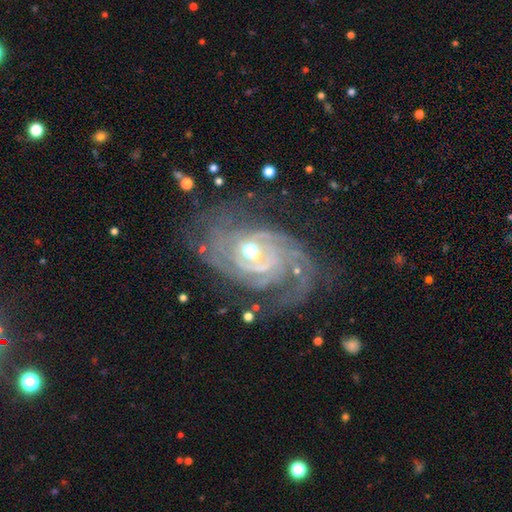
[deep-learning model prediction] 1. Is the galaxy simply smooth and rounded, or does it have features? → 91% featured or disk, 6% star or artifact, 4% smooth.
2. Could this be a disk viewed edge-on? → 97% no, 3% yes.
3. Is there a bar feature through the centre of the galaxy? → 44% no, 39% weak, 17% strong.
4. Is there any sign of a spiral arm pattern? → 98% yes, 2% no.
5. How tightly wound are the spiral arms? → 69% tight, 26% medium, 5% loose.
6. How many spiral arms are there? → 26% 3, 25% 2, 21% can't tell, 14% 4, 8% more than 4, 7% 1.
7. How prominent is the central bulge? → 60% moderate, 34% small, 4% large, 1% none, 1% dominant.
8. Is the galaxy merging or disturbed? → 68% none, 19% minor disturbance, 11% major disturbance, 2% merger.